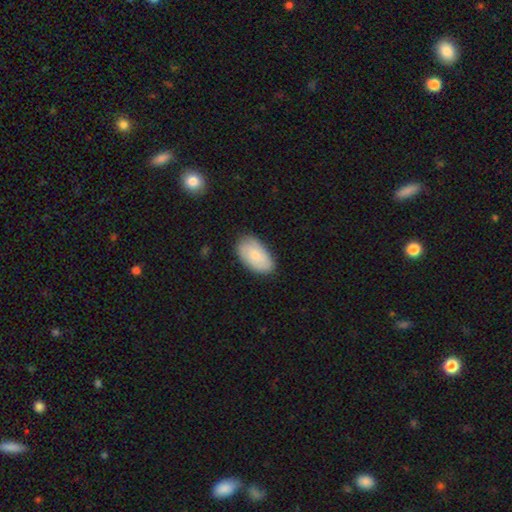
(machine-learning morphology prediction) Smooth or featured? Predicted: smooth (p=0.71). How rounded? Predicted: in between (p=0.95). Merging? Predicted: none (p=0.81).